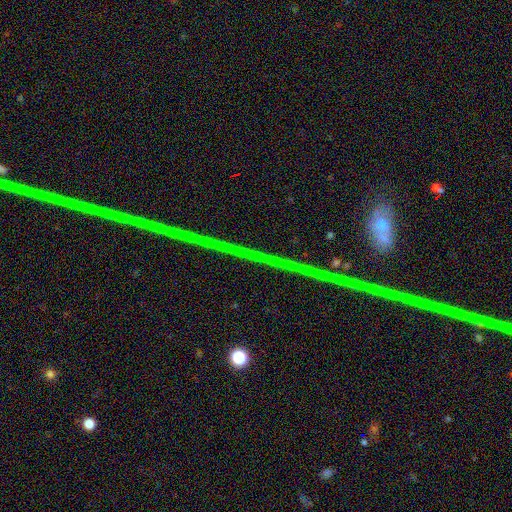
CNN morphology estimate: Smooth or featured? Predicted: star or artifact (p=0.79).